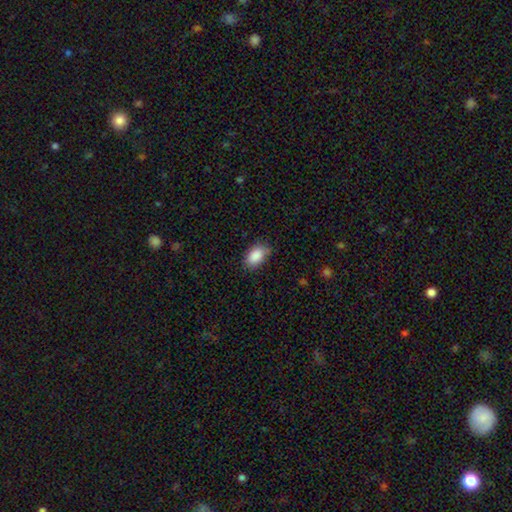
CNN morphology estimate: This is clearly a smooth galaxy (89%). How rounded: clearly in between (92%). Merging: likely none (79%).